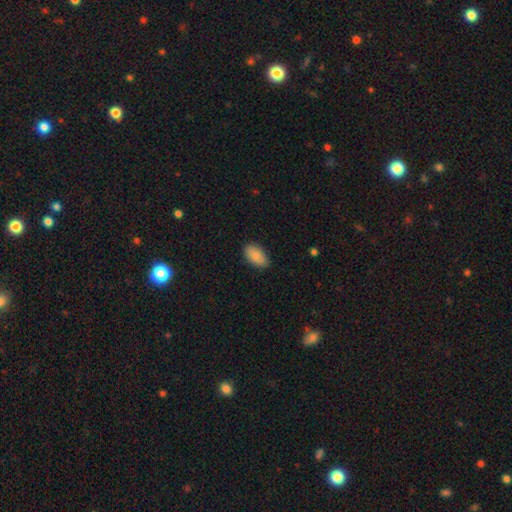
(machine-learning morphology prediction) smooth-or-featured: smooth: 87% | featured or disk: 7% | star or artifact: 6%
  how-rounded: in between: 94% | round: 4% | cigar-shaped: 2%
  merging: none: 86% | minor disturbance: 11% | major disturbance: 2% | merger: 1%